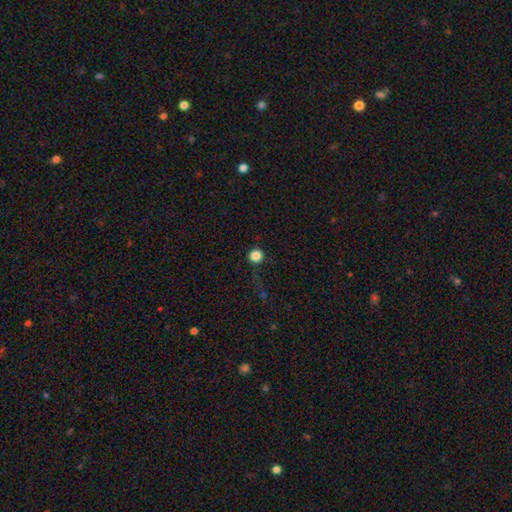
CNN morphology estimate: Smooth or featured? smooth (84%)
How rounded? round (95%)
Merging? none (87%)